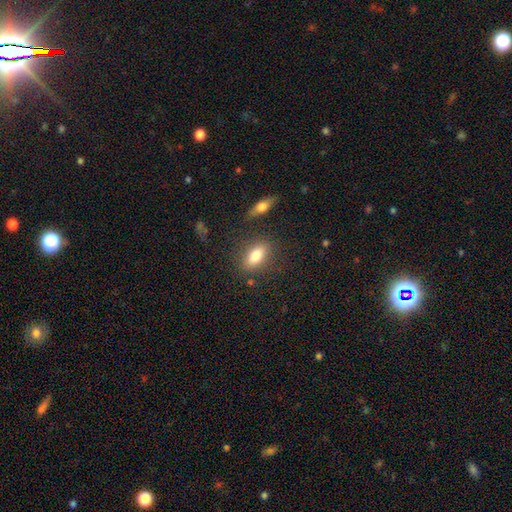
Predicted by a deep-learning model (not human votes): This is likely a smooth galaxy (77%). How rounded: clearly in between (83%). Merging: likely none (80%).